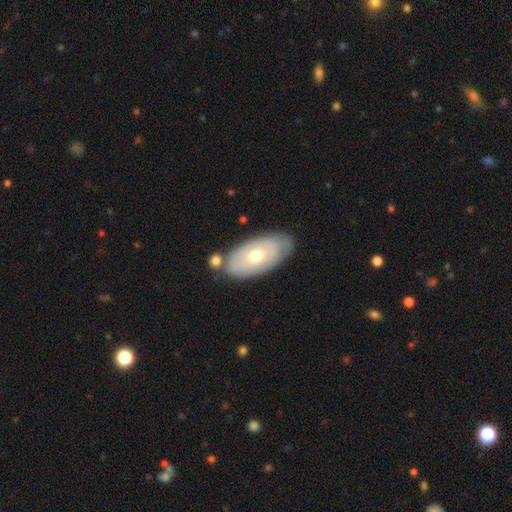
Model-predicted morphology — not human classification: This is possibly a smooth galaxy (51%). How rounded: clearly in between (92%). Merging: likely none (67%).